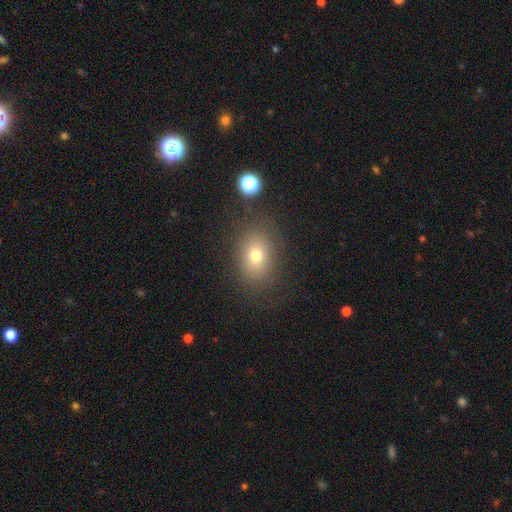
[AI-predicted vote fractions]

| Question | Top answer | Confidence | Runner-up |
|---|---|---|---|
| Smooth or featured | smooth | 73% | star or artifact (14%) |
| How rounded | in between | 71% | round (27%) |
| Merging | none | 81% | minor disturbance (11%) |